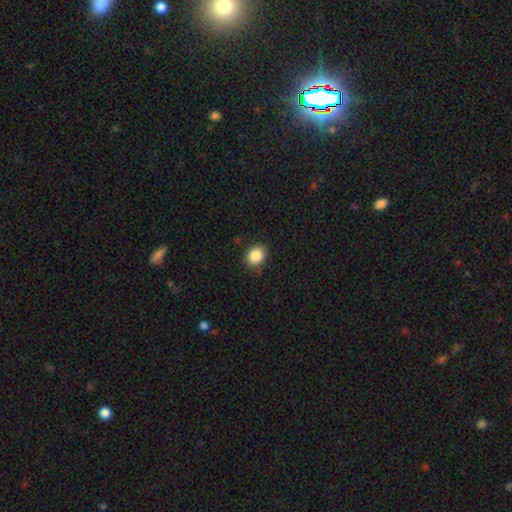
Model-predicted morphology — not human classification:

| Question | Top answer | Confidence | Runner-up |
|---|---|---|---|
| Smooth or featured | smooth | 87% | star or artifact (9%) |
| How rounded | round | 70% | in between (29%) |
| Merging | none | 87% | minor disturbance (10%) |